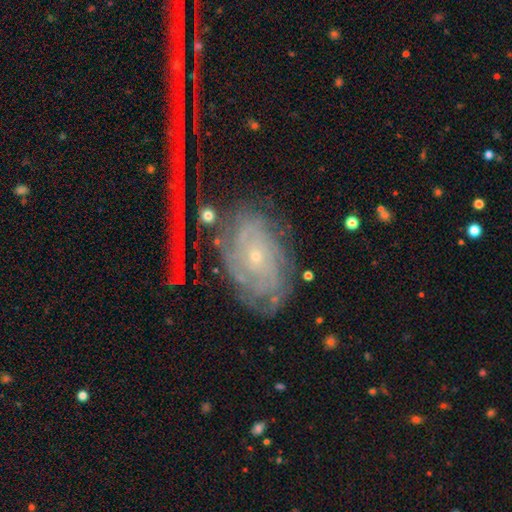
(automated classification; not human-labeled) smooth_or_featured: featured or disk (p=0.78) [alt: smooth p=0.13]
disk_edge_on: no (p=0.94) [alt: yes p=0.06]
bar: no (p=0.79) [alt: weak p=0.16]
has_spiral_arms: yes (p=0.91) [alt: no p=0.09]
spiral_winding: tight (p=0.73) [alt: medium p=0.21]
spiral_arm_count: can't tell (p=0.46) [alt: 4 p=0.14]
bulge_size: small (p=0.78) [alt: moderate p=0.18]
merging: none (p=0.65) [alt: minor disturbance p=0.19]